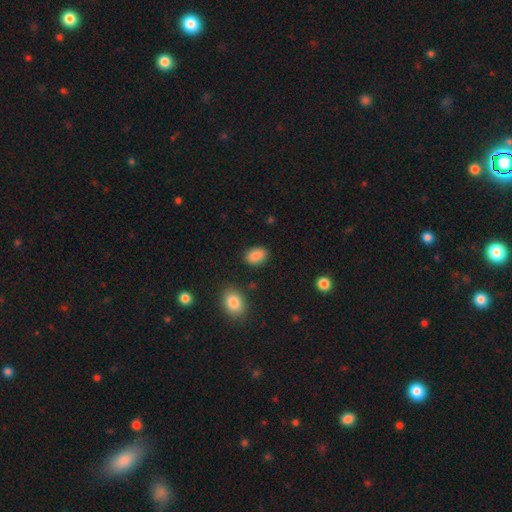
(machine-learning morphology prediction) Smooth or featured? Predicted: smooth (p=0.88). How rounded? Predicted: in between (p=0.81). Merging? Predicted: none (p=0.85).